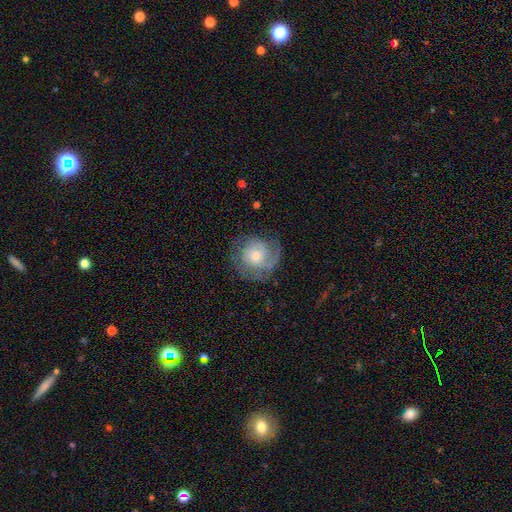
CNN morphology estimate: This appears to be a featured or disk galaxy (67%) with no bar (78%), 2 (33%) tight (59%) spiral arms (88%) and a moderate central bulge (57%). Merging: none (70%).